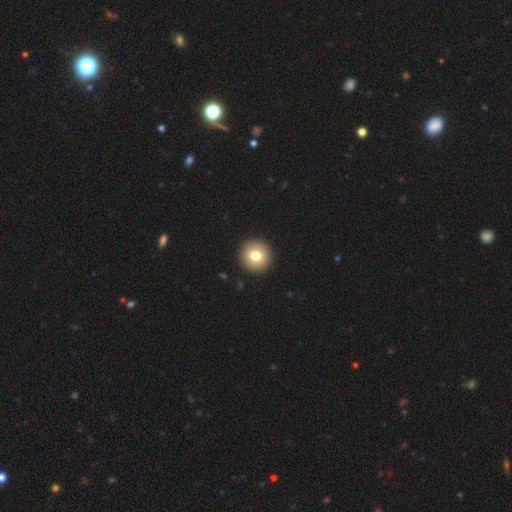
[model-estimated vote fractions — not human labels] Q: Smooth or featured?
A: smooth (76%); runner-up: featured or disk (14%)
Q: How rounded?
A: round (95%); runner-up: in between (4%)
Q: Merging?
A: none (93%); runner-up: minor disturbance (4%)